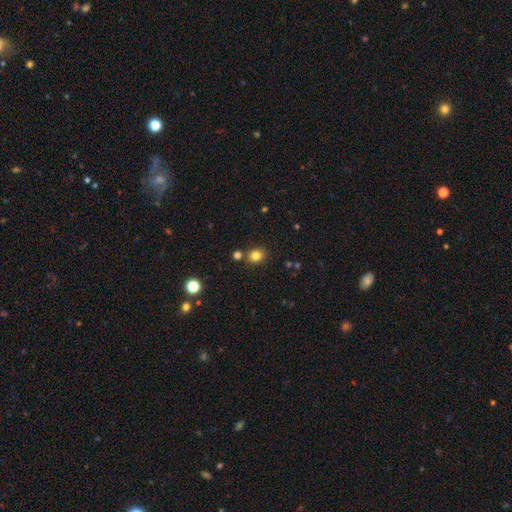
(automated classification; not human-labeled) The model was most divided on "how rounded": round: 74%, in between: 25%, cigar-shaped: 1%. More confident: smooth or featured — smooth (81%); merging — none (80%).